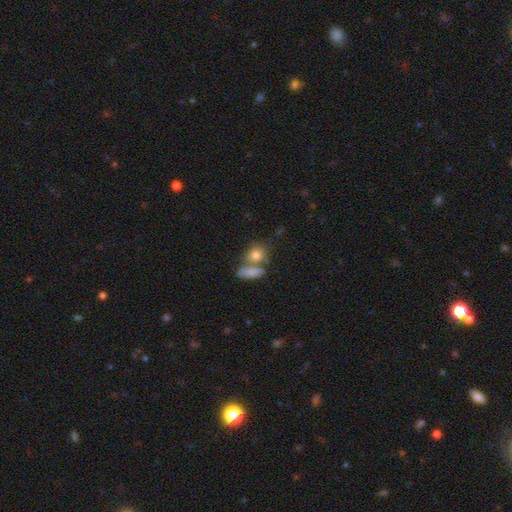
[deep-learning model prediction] This appears to be a smooth galaxy with no disk features (80%) that is in between round and cigar-shaped (47%, tied with round). Merging: none (43%).